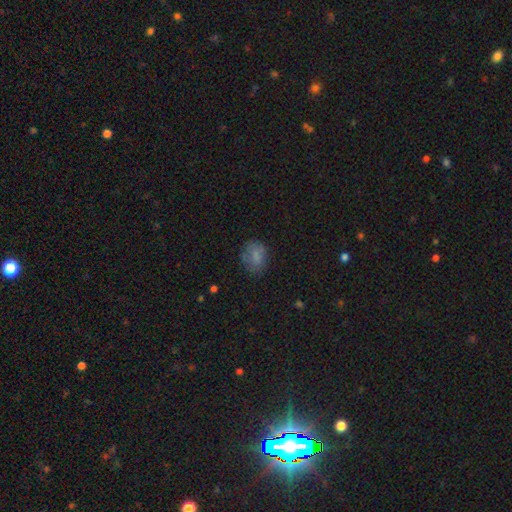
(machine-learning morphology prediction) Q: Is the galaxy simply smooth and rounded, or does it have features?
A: smooth — 76%.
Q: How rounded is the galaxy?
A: in between — 59%.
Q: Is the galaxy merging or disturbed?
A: none — 65%.